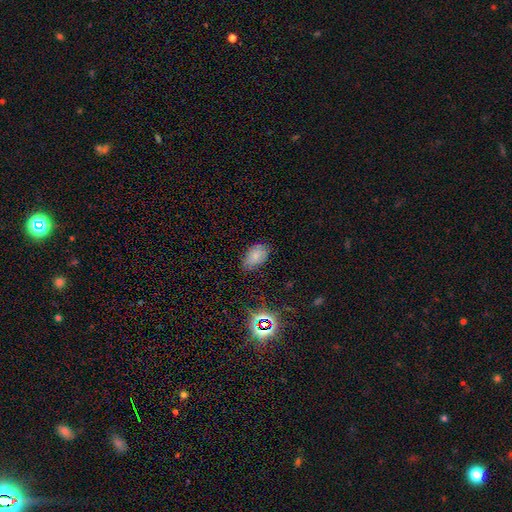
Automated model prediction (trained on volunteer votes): A smooth galaxy with no disk features (71%) that is in between round and cigar-shaped (89%). Merging: none (73%).